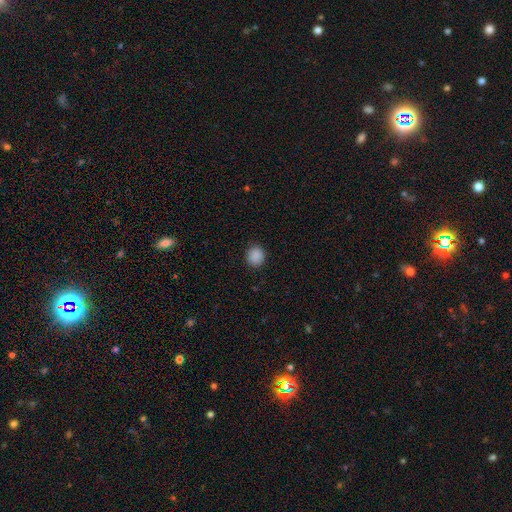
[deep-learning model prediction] Smooth or featured? Predicted: smooth (p=0.88). How rounded? Predicted: round (p=0.86). Merging? Predicted: none (p=0.91).